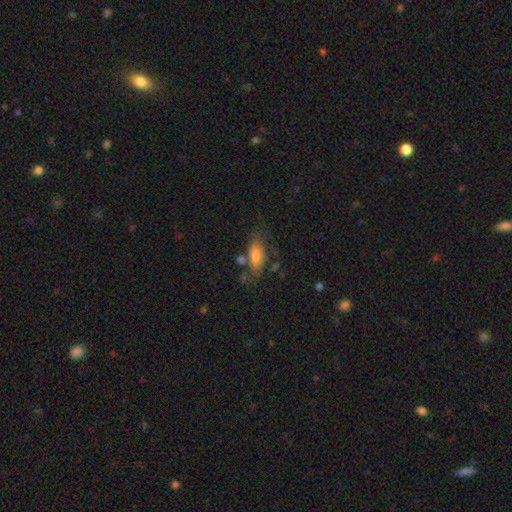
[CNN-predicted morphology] Smooth or featured? smooth (72%)
How rounded? in between (77%)
Merging? none (59%)